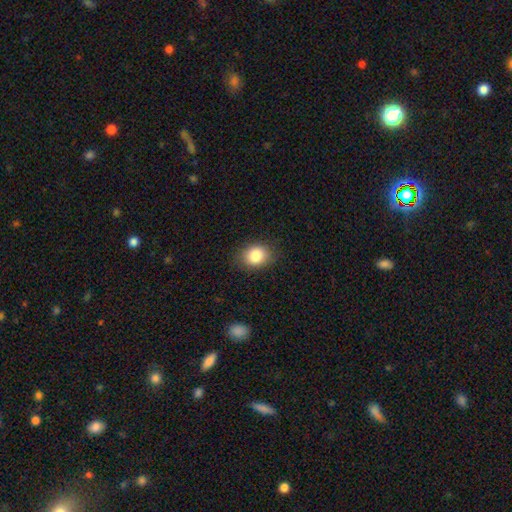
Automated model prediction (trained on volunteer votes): Morphology: type=smooth (84%); roundness=in between (54%); merging=none (82%).